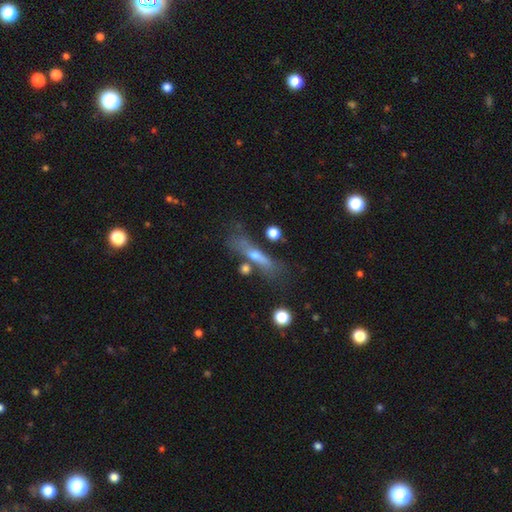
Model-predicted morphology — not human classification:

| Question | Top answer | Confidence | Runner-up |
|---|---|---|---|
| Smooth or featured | smooth | 45% | tied: featured or disk (45%) |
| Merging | none | 55% | minor disturbance (21%) |